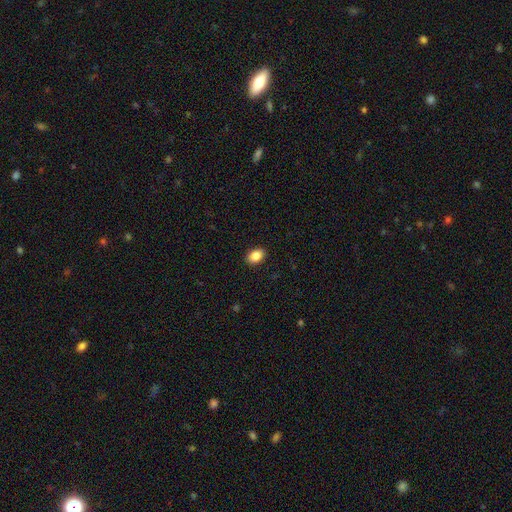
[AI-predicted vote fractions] Smooth or featured?
  - smooth: 86% *
  - star or artifact: 9%
  - featured or disk: 6%
How rounded?
  - in between: 81% *
  - round: 18%
  - cigar-shaped: 1%
Merging?
  - none: 90% *
  - minor disturbance: 7%
  - major disturbance: 2%
  - merger: 1%